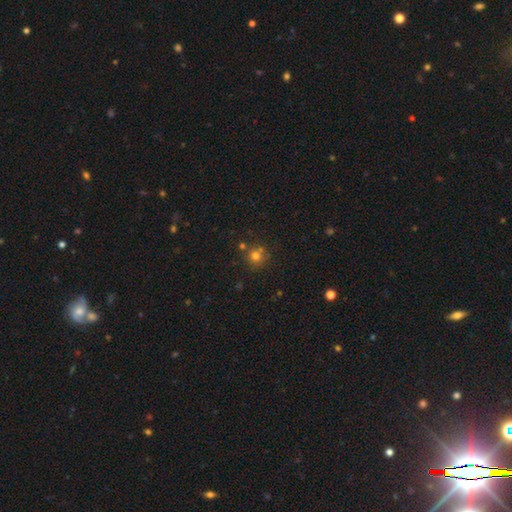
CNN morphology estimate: Smooth or featured? smooth (71%)
How rounded? round (92%)
Merging? none (72%)